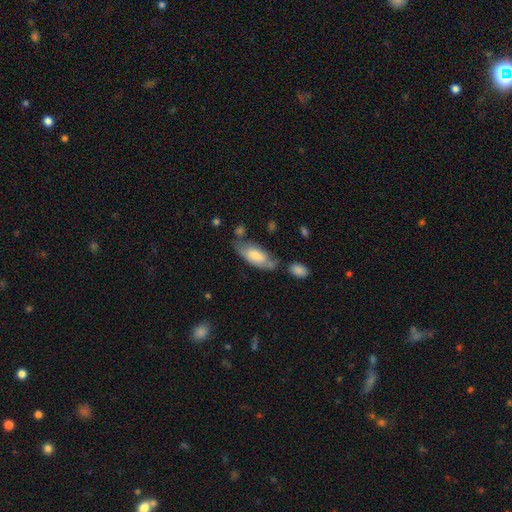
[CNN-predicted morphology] smooth 68%, featured or disk 26%, star or artifact 6%. Down the decision tree: how rounded — in between (84%); merging — none (48%).